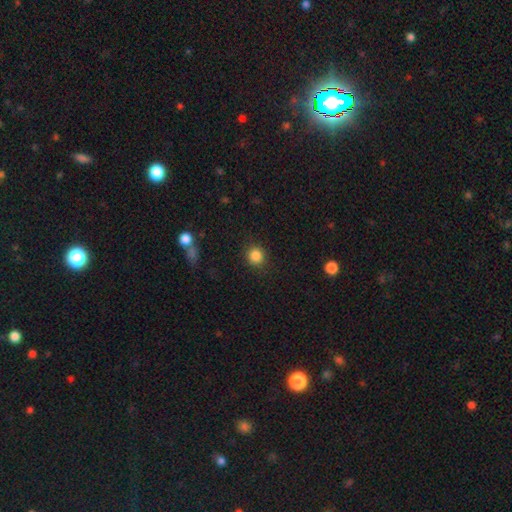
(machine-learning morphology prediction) type=smooth (86%); roundness=round (90%); merging=none (88%).